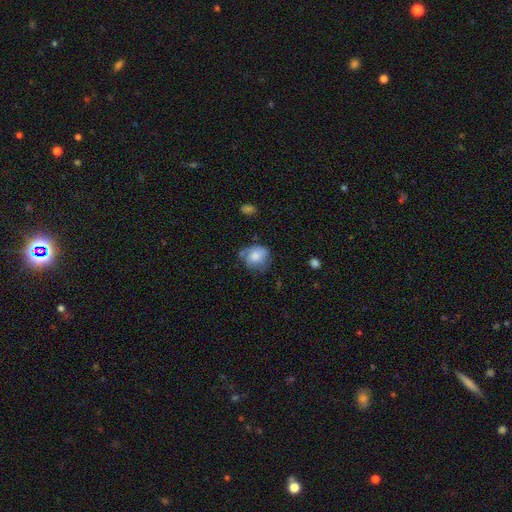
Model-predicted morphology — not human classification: Smooth or featured?
  - smooth: 72% *
  - featured or disk: 20%
  - star or artifact: 8%
How rounded?
  - round: 66% *
  - in between: 33%
  - cigar-shaped: 1%
Merging?
  - none: 49% *
  - minor disturbance: 33%
  - major disturbance: 14%
  - merger: 4%